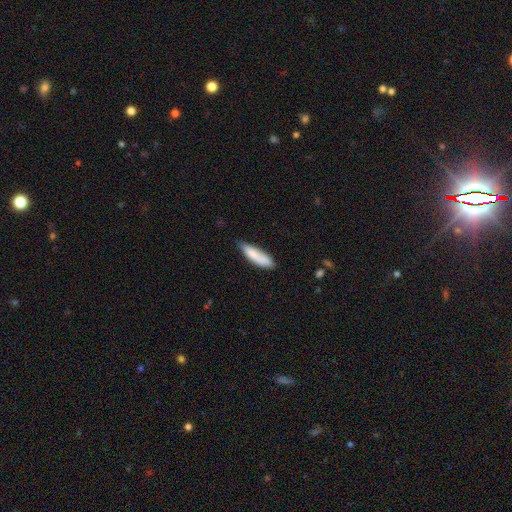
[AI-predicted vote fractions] smooth 82%, featured or disk 13%, star or artifact 6%. Down the decision tree: how rounded — cigar-shaped (57%); merging — none (68%).